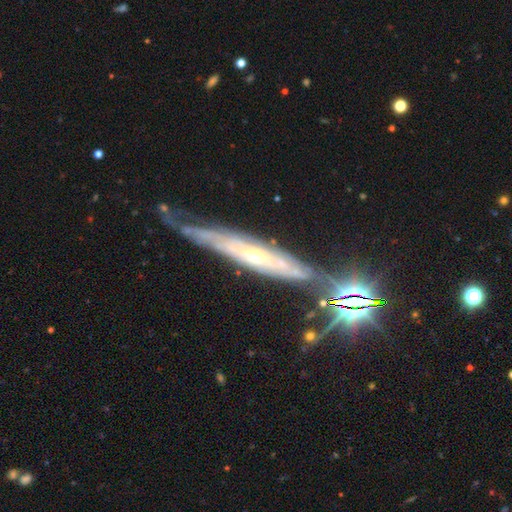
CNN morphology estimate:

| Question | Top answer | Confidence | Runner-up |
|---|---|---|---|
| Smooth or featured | featured or disk | 77% | star or artifact (12%) |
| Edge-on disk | yes | 57% | no (43%) |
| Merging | none | 63% | minor disturbance (23%) |